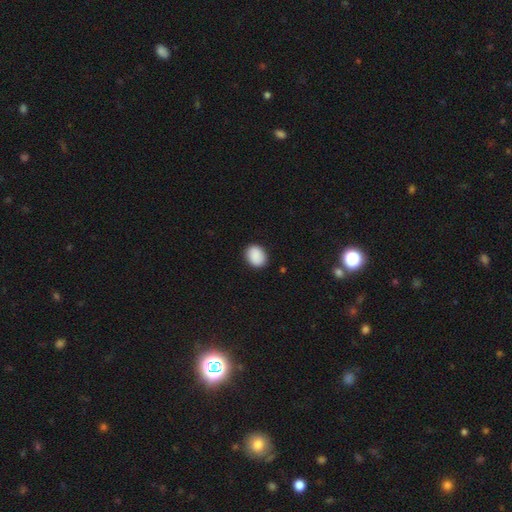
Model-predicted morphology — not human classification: Smooth or featured: smooth — 90% (star or artifact — 7%)
How rounded: in between — 57% (round — 42%)
Merging: none — 88% (minor disturbance — 9%)